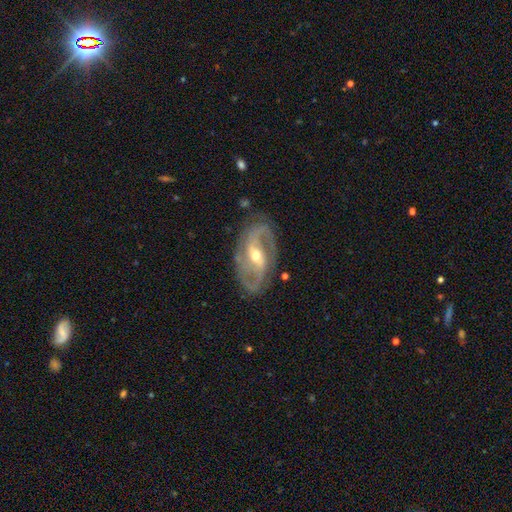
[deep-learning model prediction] A featured or disk galaxy (89%) with a weak bar (44%), 2 (82%) medium (52%) spiral arms (95%) and a moderate central bulge (58%).

Vote fractions:
- Smooth or featured? featured or disk: 89% / smooth: 6% / star or artifact: 5%
- Edge-on disk? no: 96% / yes: 4%
- Bar? weak: 44% / strong: 38% / no: 18%
- Spiral arms? yes: 95% / no: 5%
- Spiral winding? medium: 52% / tight: 27% / loose: 22%
- Spiral arm count? 2: 82% / 3: 6% / can't tell: 6% / 1: 2% / 4: 2% / more than 4: 2%
- Bulge size? moderate: 58% / small: 38% / large: 3% / none: 1% / dominant: 1%
- Merging? none: 77% / minor disturbance: 16% / major disturbance: 6% / merger: 2%